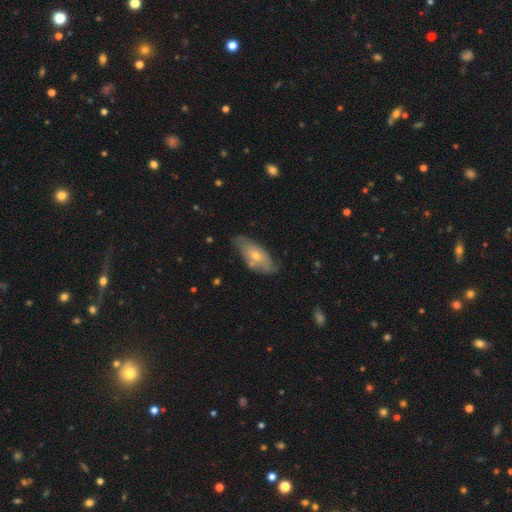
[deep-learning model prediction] Smooth or featured? smooth (51%)
How rounded? in between (78%)
Merging? none (69%)